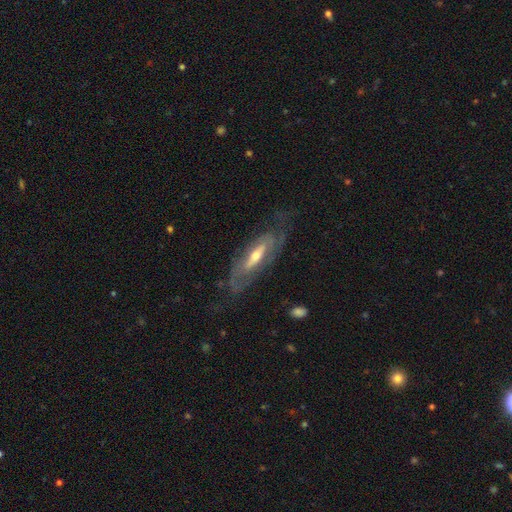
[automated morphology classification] This is likely a featured or disk galaxy (78%). It is likely not viewed edge-on (72%). Bar: marginally weak (34%, tied with no). Spiral arm pattern: likely yes (74%). Central bulge: possibly moderate (57%). Merging: likely none (66%).